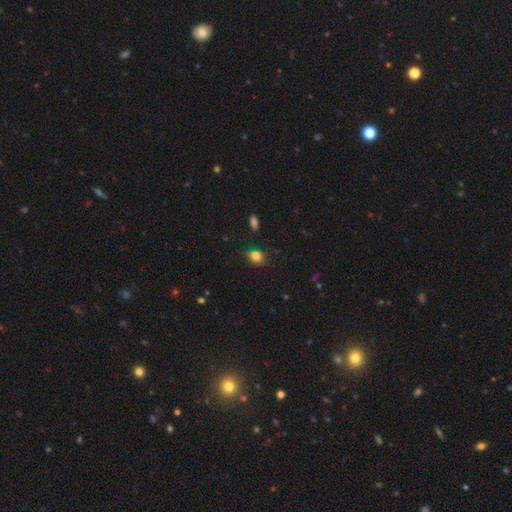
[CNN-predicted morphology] Smooth or featured?
  - smooth: 81% *
  - star or artifact: 12%
  - featured or disk: 7%
How rounded?
  - in between: 53% *
  - round: 45%
  - cigar-shaped: 2%
Merging?
  - none: 73% *
  - minor disturbance: 21%
  - major disturbance: 4%
  - merger: 2%